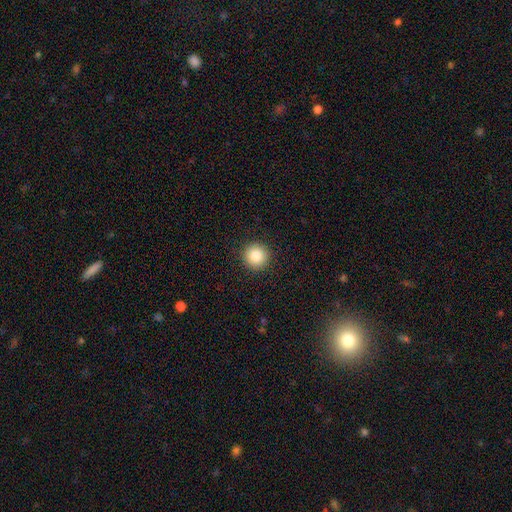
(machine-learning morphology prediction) Smooth or featured?
  - smooth: 86% *
  - star or artifact: 9%
  - featured or disk: 5%
How rounded?
  - round: 95% *
  - in between: 4%
  - cigar-shaped: 1%
Merging?
  - none: 92% *
  - minor disturbance: 5%
  - major disturbance: 2%
  - merger: 1%